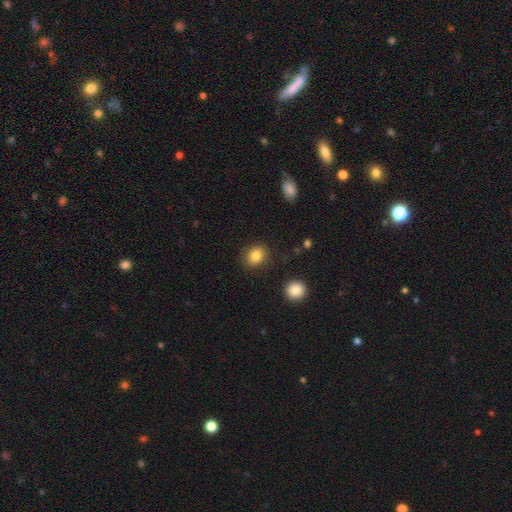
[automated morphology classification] This is clearly a smooth galaxy (84%). How rounded: possibly round (56%). Merging: clearly none (85%).